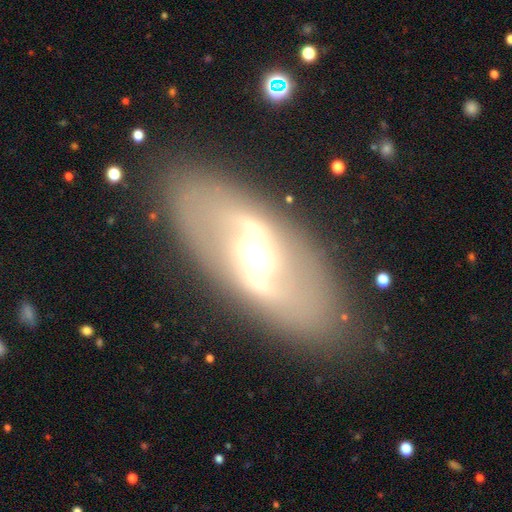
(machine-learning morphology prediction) This appears to be a featured or disk galaxy (76%) with a strong bar (44%), spiral arms (68%) and a moderate central bulge (59%). Merging: none (83%).